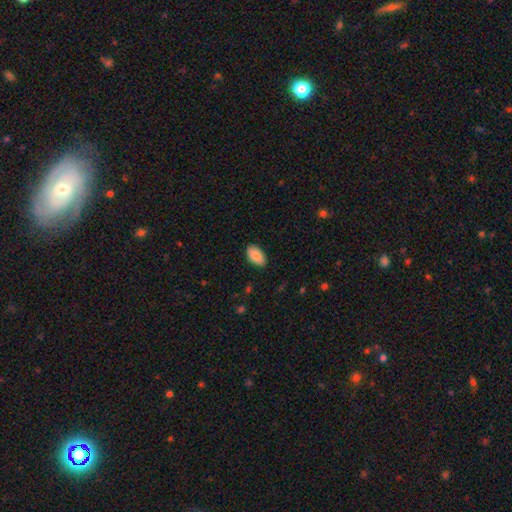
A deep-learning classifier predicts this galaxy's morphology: A smooth galaxy with no disk features (88%) that is in between round and cigar-shaped (95%).

Vote fractions:
- Smooth or featured? smooth: 88% / star or artifact: 6% / featured or disk: 6%
- How rounded? in between: 95% / round: 3% / cigar-shaped: 2%
- Merging? none: 88% / minor disturbance: 9% / major disturbance: 2% / merger: 1%